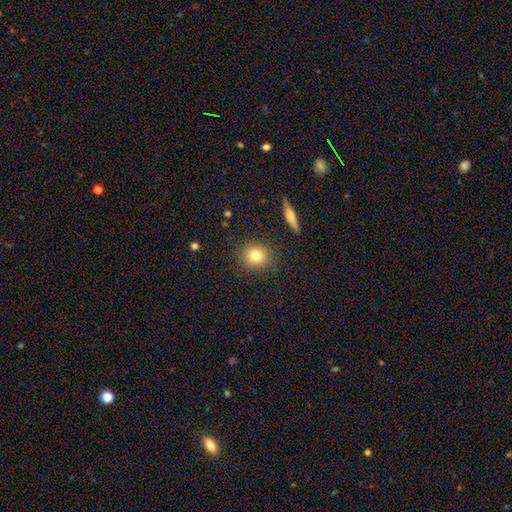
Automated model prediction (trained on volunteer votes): This appears to be a smooth galaxy with no disk features (80%) that is round (79%). Merging: none (87%).